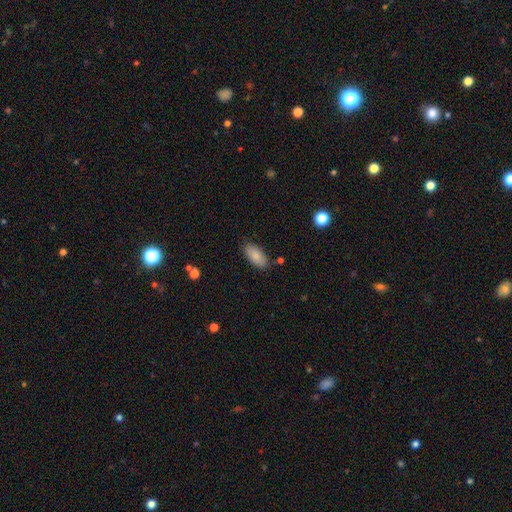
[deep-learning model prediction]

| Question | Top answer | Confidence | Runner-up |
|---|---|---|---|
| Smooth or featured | smooth | 86% | featured or disk (7%) |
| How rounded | in between | 91% | cigar-shaped (7%) |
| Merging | none | 83% | minor disturbance (12%) |